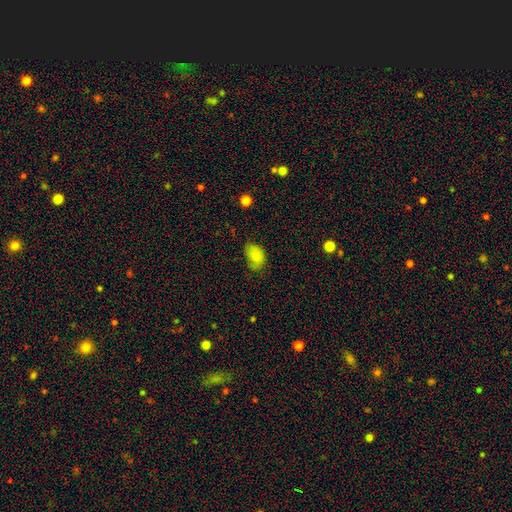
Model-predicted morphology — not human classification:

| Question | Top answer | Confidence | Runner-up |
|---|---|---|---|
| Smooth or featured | smooth | 83% | star or artifact (9%) |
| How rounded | in between | 86% | round (13%) |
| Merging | none | 61% | minor disturbance (30%) |